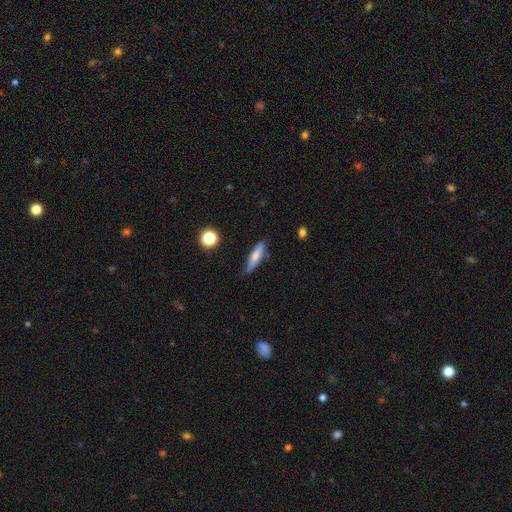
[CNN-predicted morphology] Smooth or featured?
  - smooth: 66% *
  - featured or disk: 26%
  - star or artifact: 7%
How rounded?
  - cigar-shaped: 79% *
  - in between: 19%
  - round: 2%
Merging?
  - none: 80% *
  - minor disturbance: 15%
  - major disturbance: 3%
  - merger: 2%